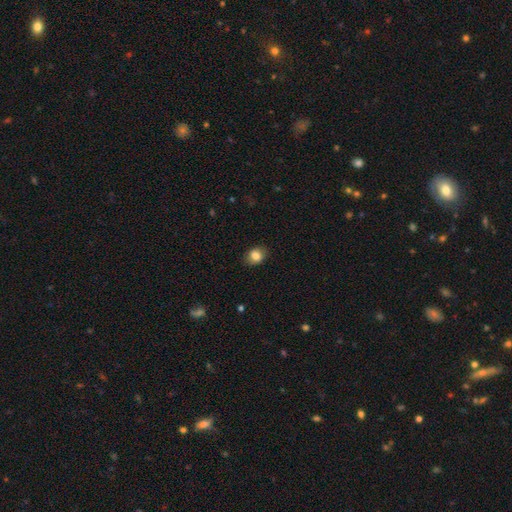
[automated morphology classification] Smooth or featured?
  - smooth: 83% *
  - star or artifact: 9%
  - featured or disk: 8%
How rounded?
  - in between: 53% *
  - round: 45%
  - cigar-shaped: 1%
Merging?
  - none: 86% *
  - minor disturbance: 11%
  - major disturbance: 3%
  - merger: 1%